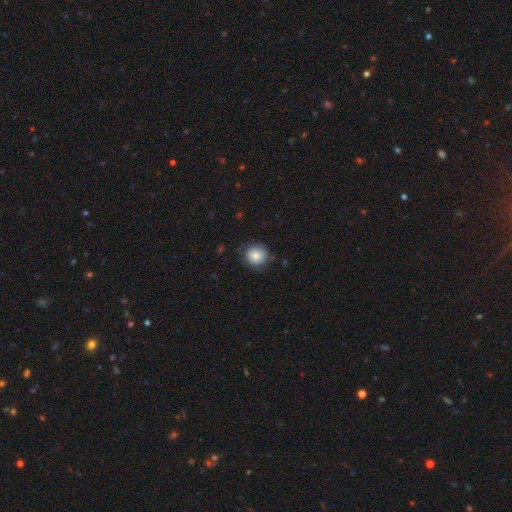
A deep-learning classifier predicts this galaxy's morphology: smooth-or-featured: smooth: 80% | featured or disk: 11% | star or artifact: 8%
  how-rounded: round: 90% | in between: 9% | cigar-shaped: 1%
  merging: none: 74% | minor disturbance: 19% | major disturbance: 5% | merger: 1%